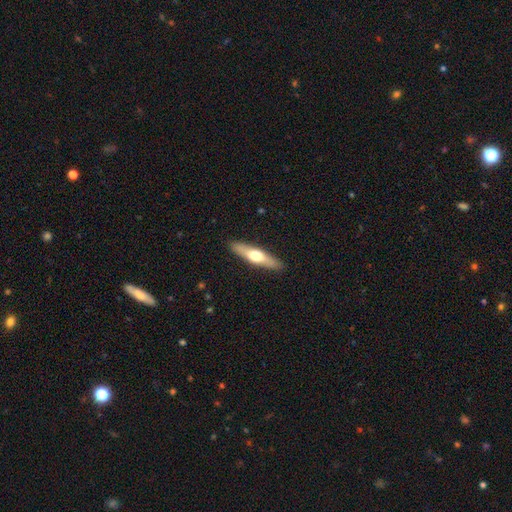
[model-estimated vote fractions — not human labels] This is possibly a featured or disk galaxy (49%). Merging: clearly none (89%).